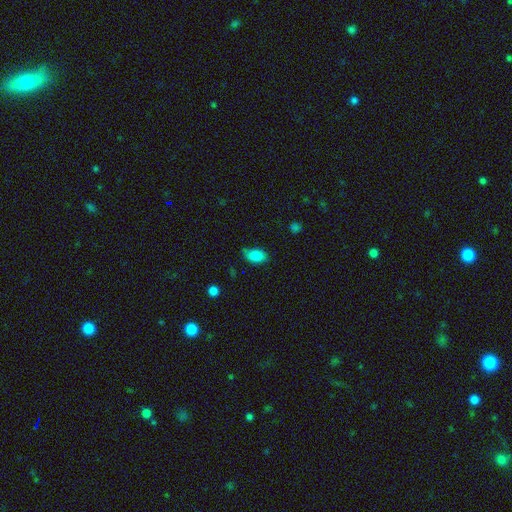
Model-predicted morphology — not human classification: Q: Smooth or featured?
A: smooth (85%); runner-up: star or artifact (8%)
Q: How rounded?
A: in between (90%); runner-up: round (7%)
Q: Merging?
A: none (70%); runner-up: minor disturbance (24%)